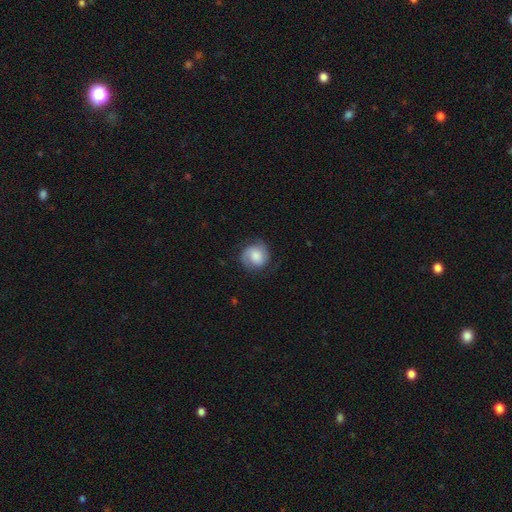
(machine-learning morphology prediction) Overall: smooth (56%; featured or disk 36%). How rounded: round (83%). Merging: none (70%).